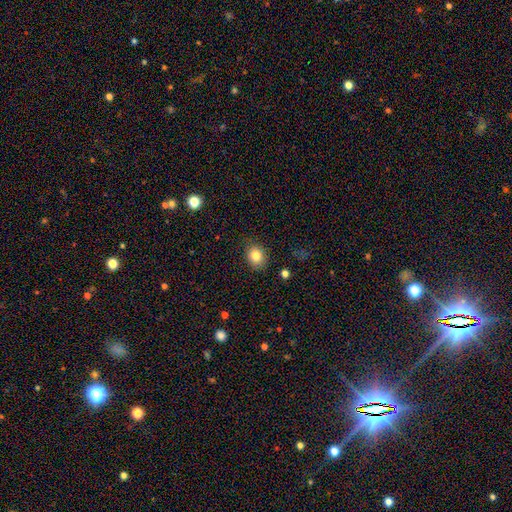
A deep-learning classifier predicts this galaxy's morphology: smooth_or_featured: smooth (p=0.83) [alt: star or artifact p=0.10]
how_rounded: round (p=0.56) [alt: in between p=0.43]
merging: none (p=0.86) [alt: minor disturbance p=0.11]